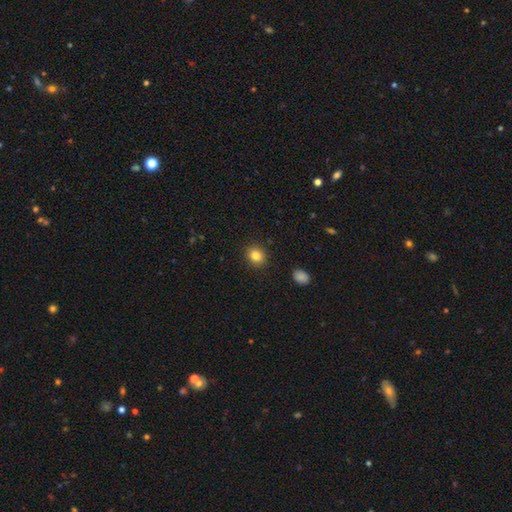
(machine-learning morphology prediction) Smooth or featured? Predicted: smooth (p=0.83). How rounded? Predicted: round (p=0.78). Merging? Predicted: none (p=0.90).